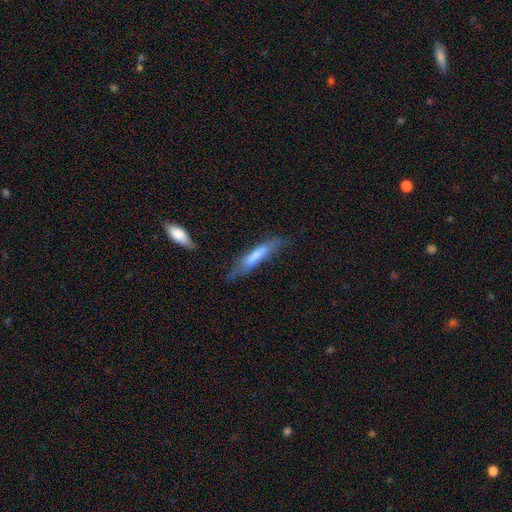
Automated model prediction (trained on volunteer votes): Morphology: type=smooth (64%); roundness=cigar-shaped (85%); merging=none (60%).